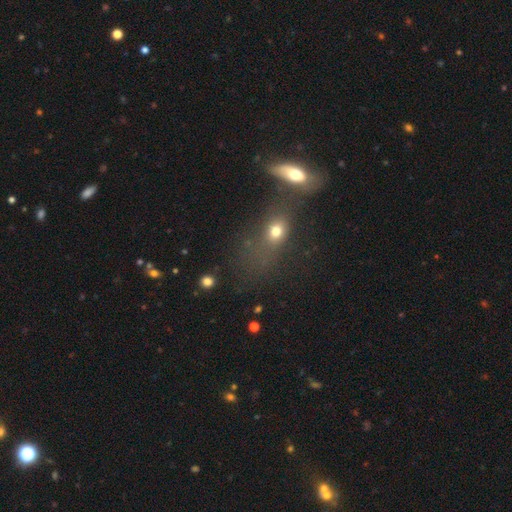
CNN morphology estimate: A smooth galaxy with no disk features (49%). Merging: merger (41%).